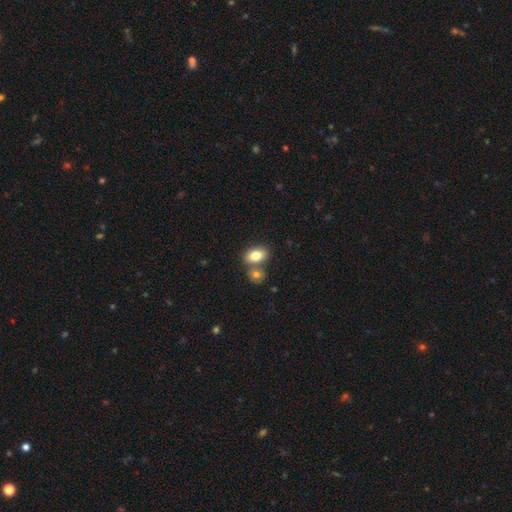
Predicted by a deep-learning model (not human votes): Overall: smooth (82%). How rounded: in between (85%). Merging: none (49%; merger 37%).